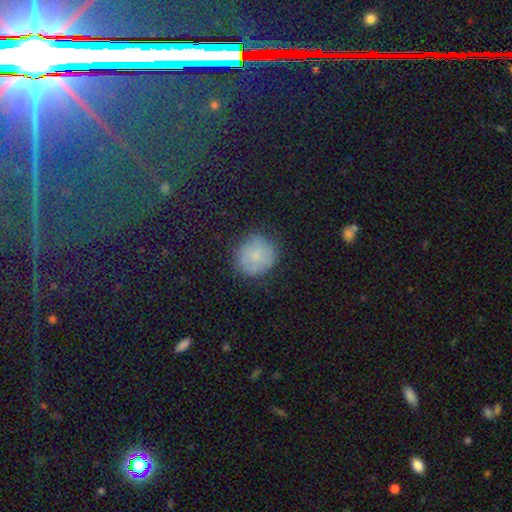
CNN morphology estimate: smooth-or-featured: smooth: 73% | featured or disk: 15% | star or artifact: 12%
  how-rounded: round: 90% | in between: 9% | cigar-shaped: 1%
  merging: none: 77% | minor disturbance: 17% | major disturbance: 5% | merger: 2%